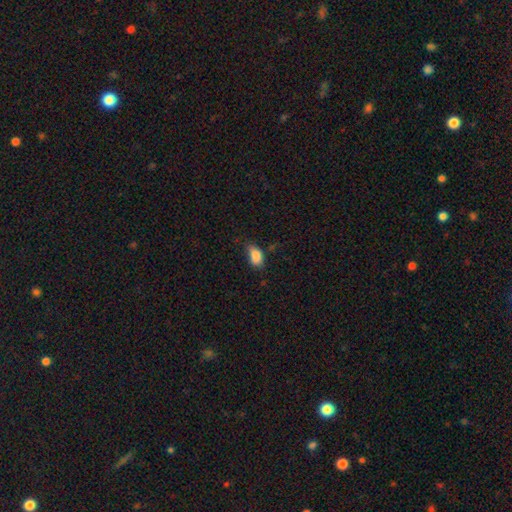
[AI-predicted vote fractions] The model was most divided on "merging": none: 59%, minor disturbance: 32%, major disturbance: 7%, merger: 2%. More confident: how rounded — in between (88%); smooth or featured — smooth (87%).